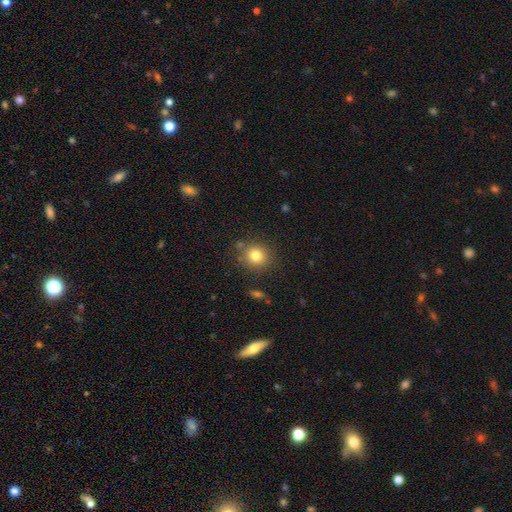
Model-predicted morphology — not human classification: Q: Smooth or featured?
A: smooth (80%); runner-up: star or artifact (12%)
Q: How rounded?
A: round (85%); runner-up: in between (14%)
Q: Merging?
A: none (83%); runner-up: minor disturbance (10%)